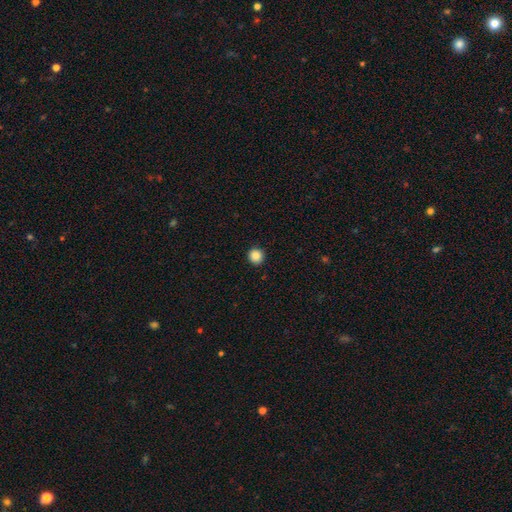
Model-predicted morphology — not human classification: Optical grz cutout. It shows a smooth galaxy with no disk features (87%) that is round (94%). Merging: none (93%).